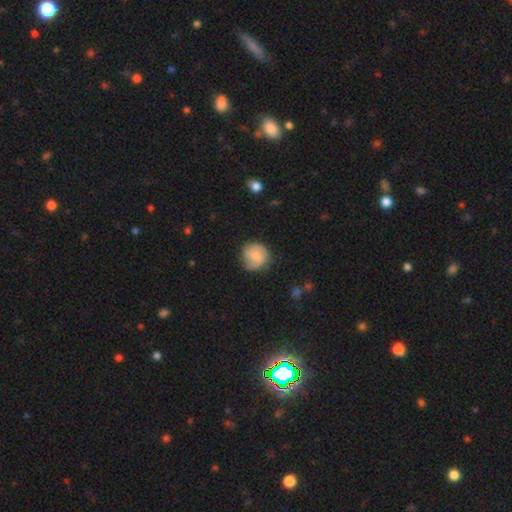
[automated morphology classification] The model was most divided on "smooth or featured": smooth: 47%, featured or disk: 46%, star or artifact: 7%. More confident: merging — none (70%).